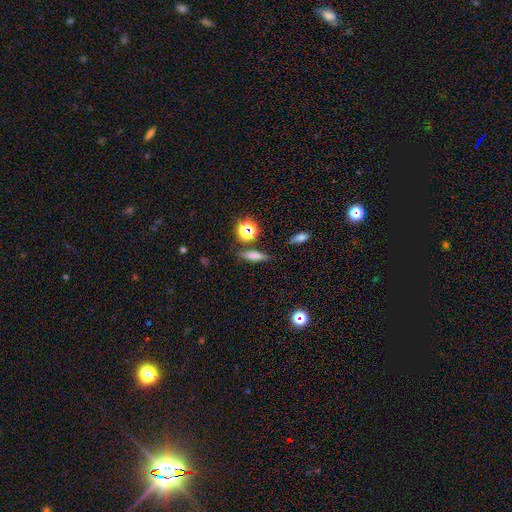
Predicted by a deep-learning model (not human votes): Smooth or featured? smooth (69%)
How rounded? cigar-shaped (65%)
Merging? none (80%)